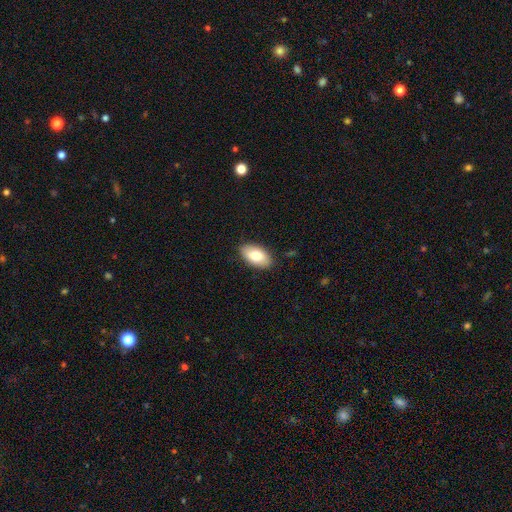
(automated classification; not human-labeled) Overall: smooth (81%). How rounded: in between (94%). Merging: none (87%).